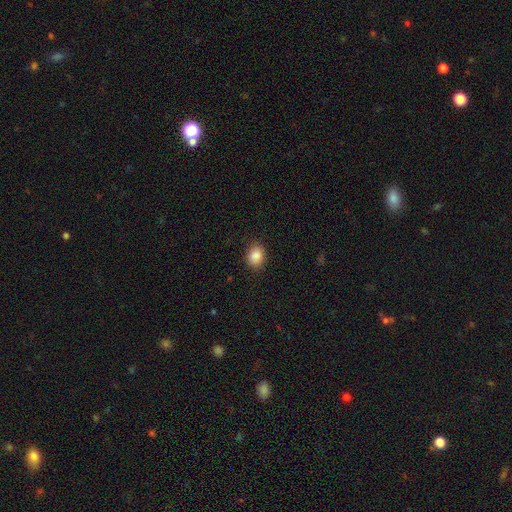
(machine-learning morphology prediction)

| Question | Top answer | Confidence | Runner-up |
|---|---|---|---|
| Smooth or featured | smooth | 87% | star or artifact (9%) |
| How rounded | in between | 52% | round (47%) |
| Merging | none | 86% | minor disturbance (10%) |